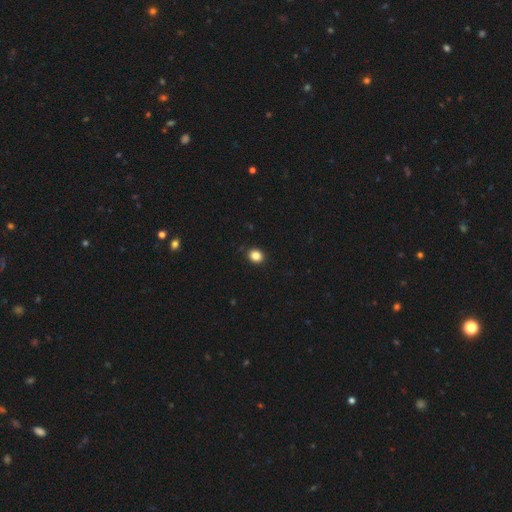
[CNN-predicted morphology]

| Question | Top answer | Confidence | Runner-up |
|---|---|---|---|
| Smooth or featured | smooth | 85% | star or artifact (11%) |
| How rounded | round | 73% | in between (27%) |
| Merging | none | 90% | minor disturbance (7%) |